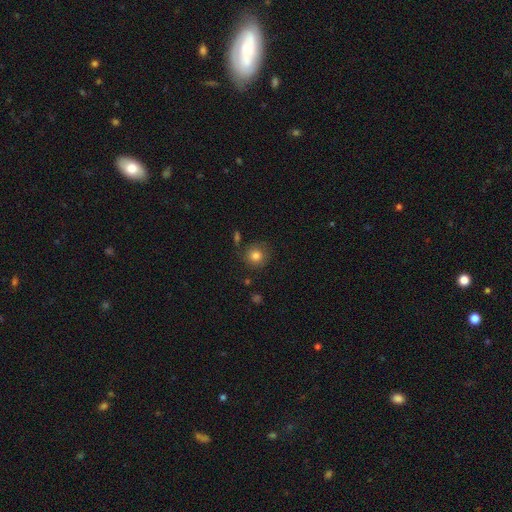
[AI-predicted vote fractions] Overall: smooth (81%). How rounded: round (90%). Merging: none (78%).